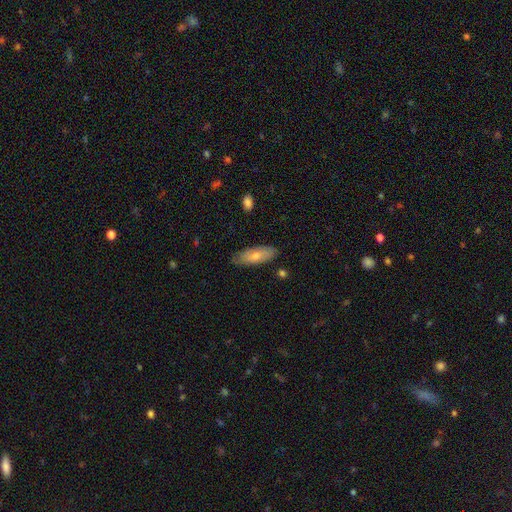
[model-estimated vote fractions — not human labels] smooth-or-featured: smooth: 69% | featured or disk: 26% | star or artifact: 6%
  how-rounded: in between: 73% | cigar-shaped: 25% | round: 2%
  merging: none: 77% | minor disturbance: 18% | major disturbance: 3% | merger: 2%